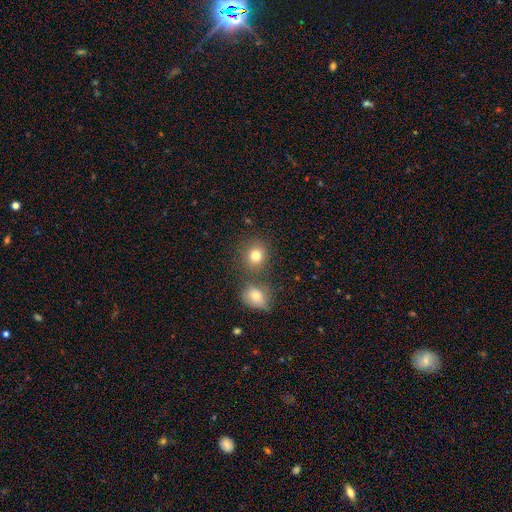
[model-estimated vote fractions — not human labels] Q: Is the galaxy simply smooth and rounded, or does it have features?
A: smooth — 80%.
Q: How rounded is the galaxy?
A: round — 79%.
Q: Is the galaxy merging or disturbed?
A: none — 70%.